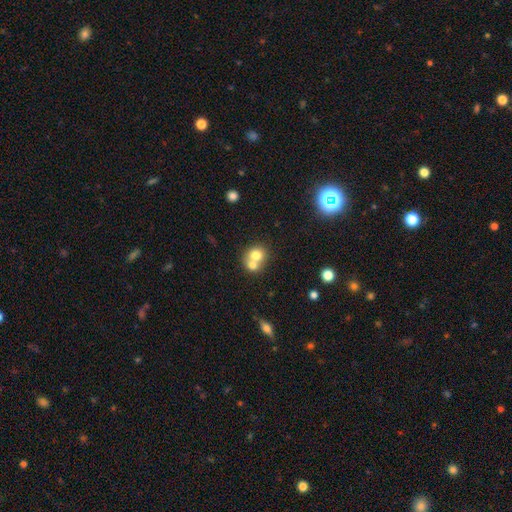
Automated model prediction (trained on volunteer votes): A smooth galaxy with no disk features (71%) that is round (73%).

Vote fractions:
- Smooth or featured? smooth: 71% / featured or disk: 19% / star or artifact: 10%
- How rounded? round: 73% / in between: 26% / cigar-shaped: 1%
- Merging? merger: 62% / none: 30% / minor disturbance: 5% / major disturbance: 2%